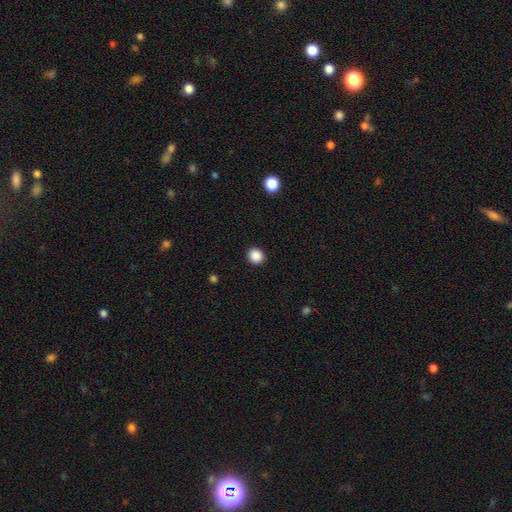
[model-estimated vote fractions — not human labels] smooth_or_featured: smooth (p=0.88) [alt: star or artifact p=0.10]
how_rounded: round (p=0.87) [alt: in between p=0.12]
merging: none (p=0.92) [alt: minor disturbance p=0.05]